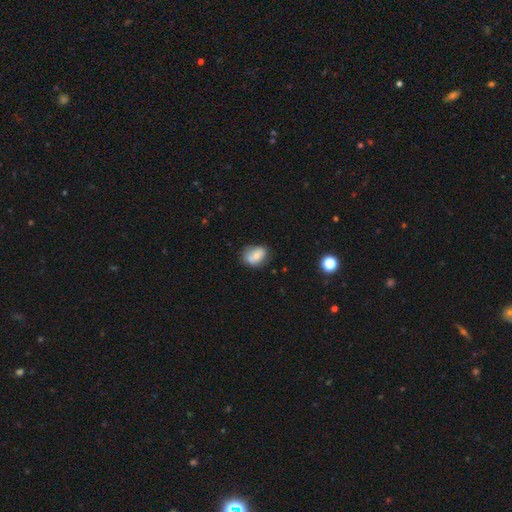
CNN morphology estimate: Overall: smooth (68%). How rounded: in between (67%; round 31%). Merging: none (55%; minor disturbance 25%).